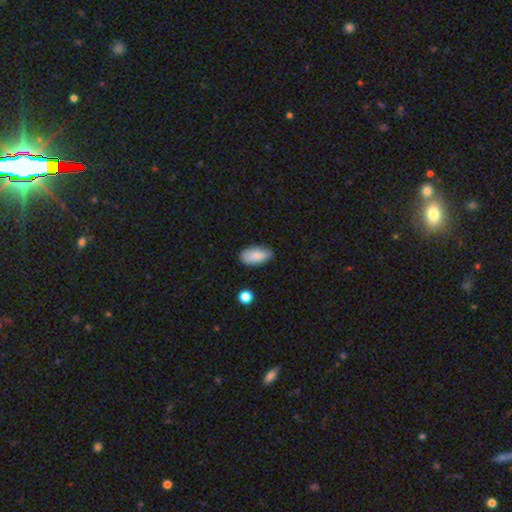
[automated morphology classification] This is clearly a smooth galaxy (87%). How rounded: clearly in between (93%). Merging: likely none (74%).